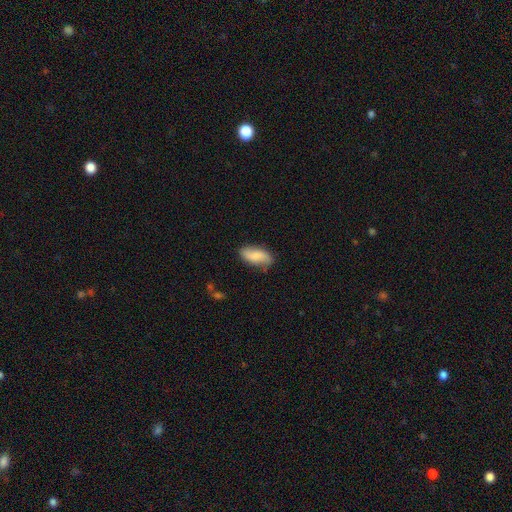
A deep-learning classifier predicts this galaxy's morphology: Smooth or featured?
  - smooth: 68% *
  - featured or disk: 25%
  - star or artifact: 7%
How rounded?
  - in between: 86% *
  - cigar-shaped: 11%
  - round: 3%
Merging?
  - none: 75% *
  - minor disturbance: 20%
  - major disturbance: 4%
  - merger: 2%